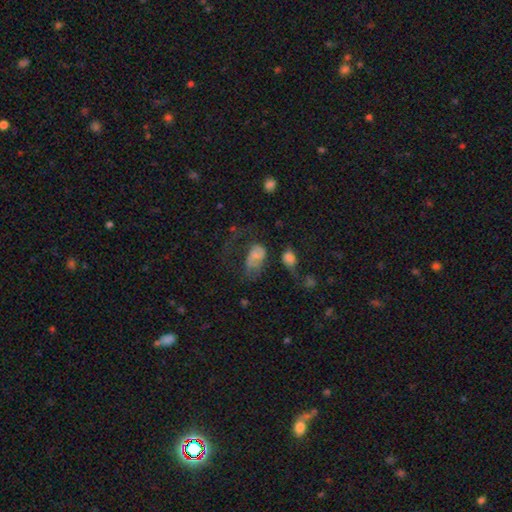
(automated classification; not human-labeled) Q: Smooth or featured?
A: smooth (54%); runner-up: featured or disk (32%)
Q: How rounded?
A: in between (80%); runner-up: round (17%)
Q: Merging?
A: major disturbance (46%); runner-up: none (21%)